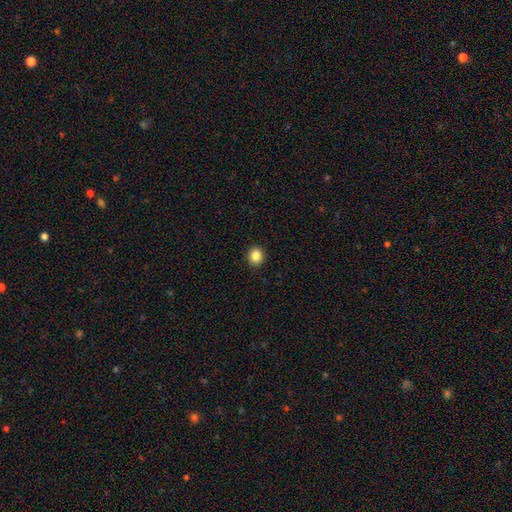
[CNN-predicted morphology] Smooth or featured? Predicted: smooth (p=0.86). How rounded? Predicted: round (p=0.77). Merging? Predicted: none (p=0.91).